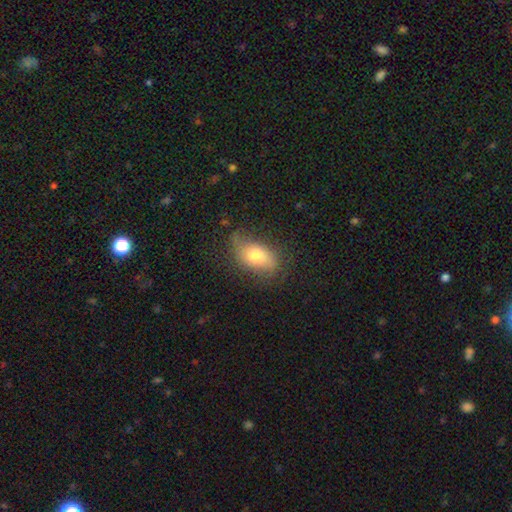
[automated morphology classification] Smooth or featured? smooth (69%)
How rounded? in between (88%)
Merging? none (63%)